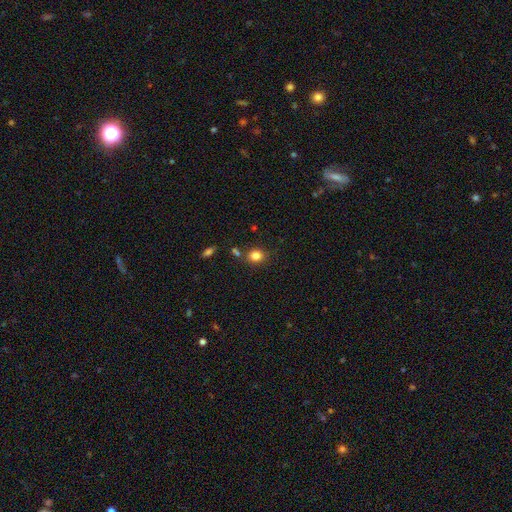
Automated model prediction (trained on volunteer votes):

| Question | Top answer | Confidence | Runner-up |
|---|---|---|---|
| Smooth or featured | smooth | 83% | star or artifact (11%) |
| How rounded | round | 64% | in between (35%) |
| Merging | none | 77% | minor disturbance (12%) |